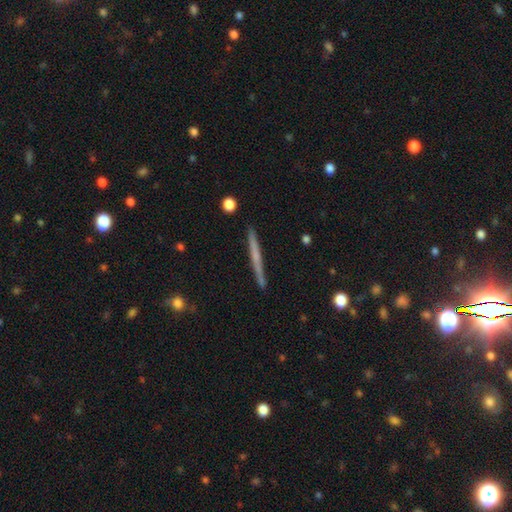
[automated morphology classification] Overall: featured or disk (54%; smooth 40%). Edge-on disk: yes (98%). Edge-on bulge: none (75%). Merging: none (90%).